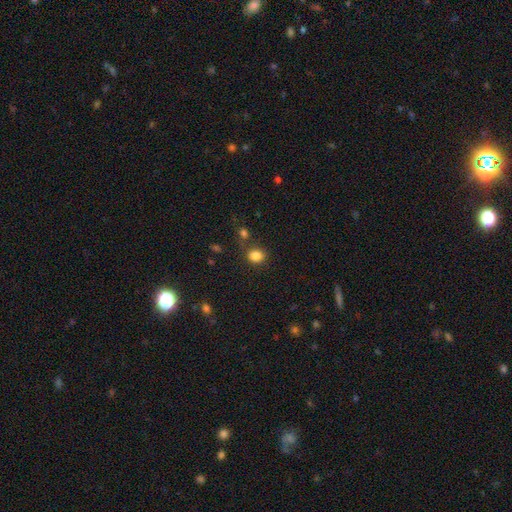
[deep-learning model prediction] Smooth or featured? Predicted: smooth (p=0.84). How rounded? Predicted: round (p=0.57). Merging? Predicted: none (p=0.73).